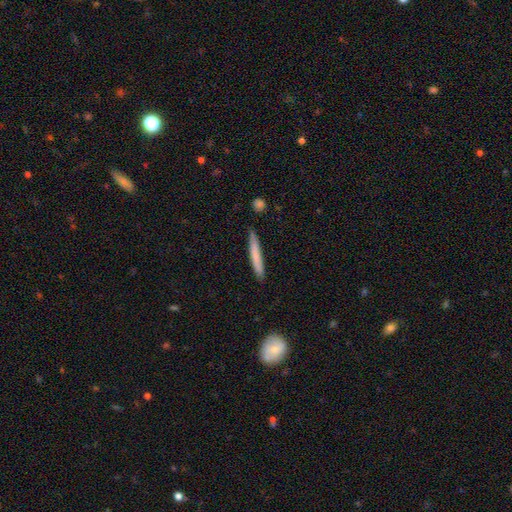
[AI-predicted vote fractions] Morphology: type=smooth (72%); roundness=cigar-shaped (96%); merging=none (85%).